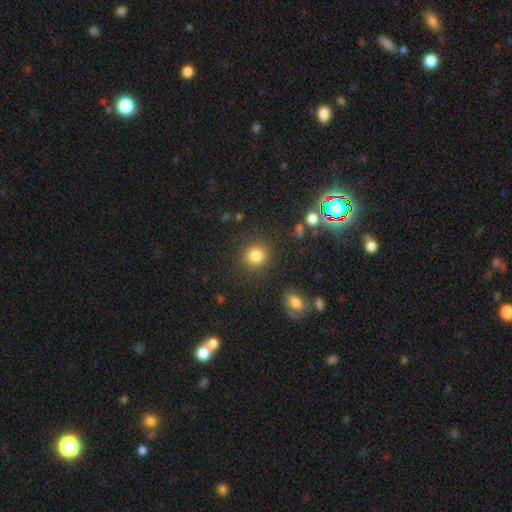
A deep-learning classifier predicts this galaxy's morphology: A smooth galaxy with no disk features (83%) that is round (88%). Merging: none (87%).